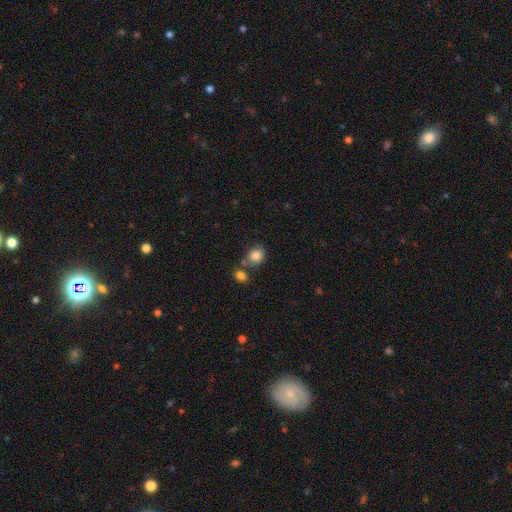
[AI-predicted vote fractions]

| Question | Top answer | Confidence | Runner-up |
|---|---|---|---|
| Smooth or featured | smooth | 84% | star or artifact (9%) |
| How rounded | round | 65% | in between (34%) |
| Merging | none | 60% | merger (21%) |